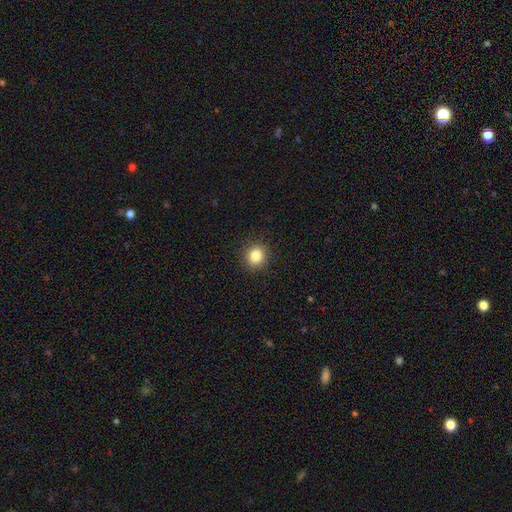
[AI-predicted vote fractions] Smooth or featured?
  - smooth: 83% *
  - star or artifact: 11%
  - featured or disk: 5%
How rounded?
  - round: 86% *
  - in between: 13%
  - cigar-shaped: 1%
Merging?
  - none: 91% *
  - minor disturbance: 6%
  - major disturbance: 2%
  - merger: 1%